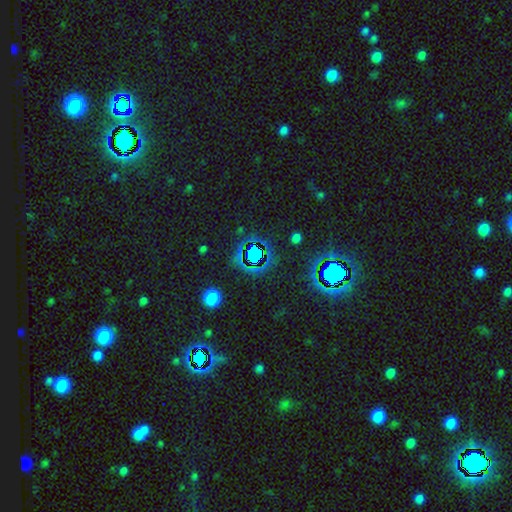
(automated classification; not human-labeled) Q: Smooth or featured?
A: star or artifact (74%); runner-up: smooth (17%)